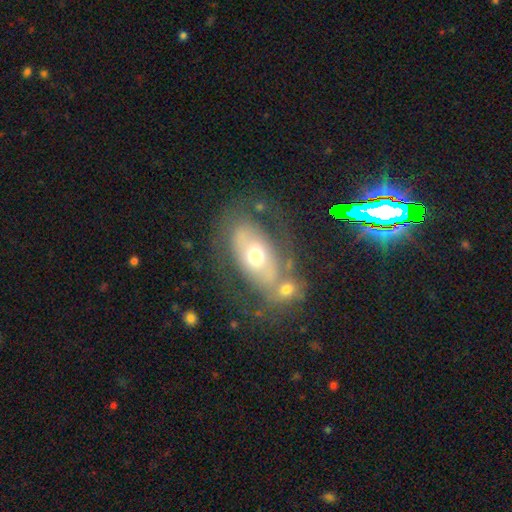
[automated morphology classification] featured or disk 53%, smooth 39%, star or artifact 8%. Down the decision tree: edge-on disk — no (89%); merging — none (53%).